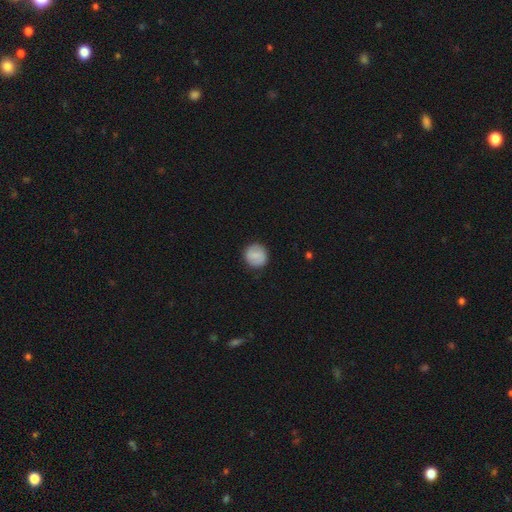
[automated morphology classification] type=smooth (81%); roundness=round (91%); merging=none (90%).